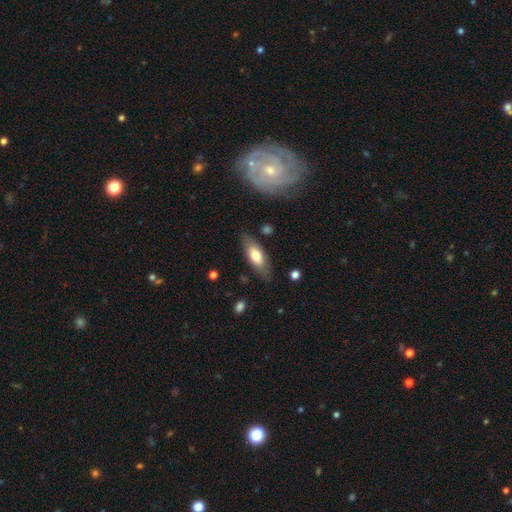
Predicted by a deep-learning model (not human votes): Smooth or featured? Predicted: smooth (p=0.68). How rounded? Predicted: in between (p=0.70). Merging? Predicted: none (p=0.80).